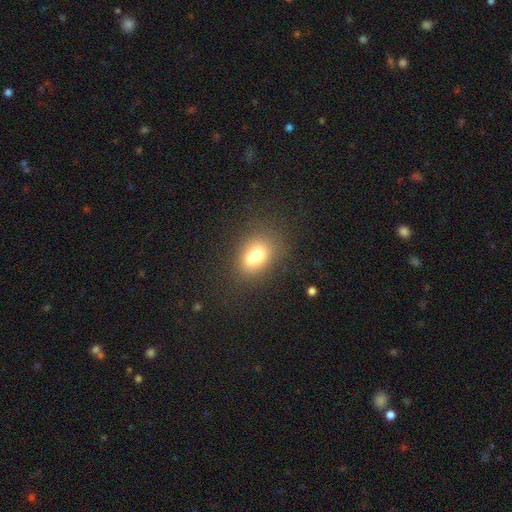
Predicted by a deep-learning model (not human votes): Morphology: type=smooth (68%); roundness=in between (74%); merging=none (48%).